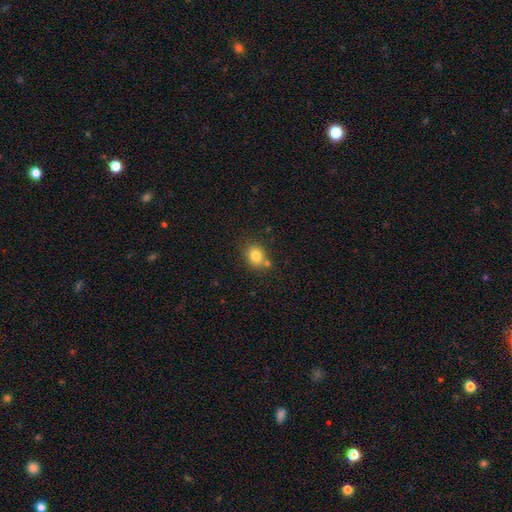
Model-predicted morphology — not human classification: This is clearly a smooth galaxy (81%). How rounded: likely round (64%). Merging: likely none (69%).